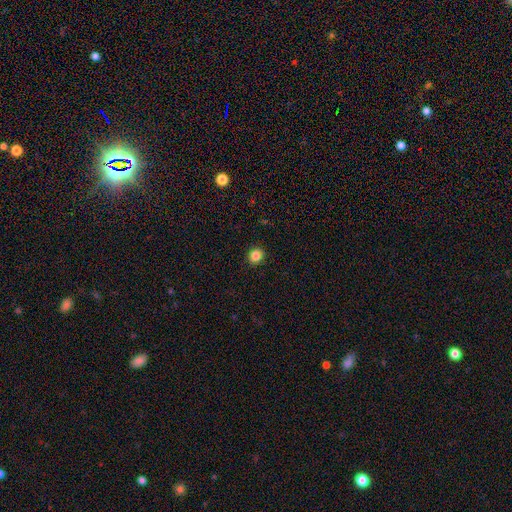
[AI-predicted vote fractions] Smooth or featured? smooth (85%)
How rounded? round (84%)
Merging? none (92%)